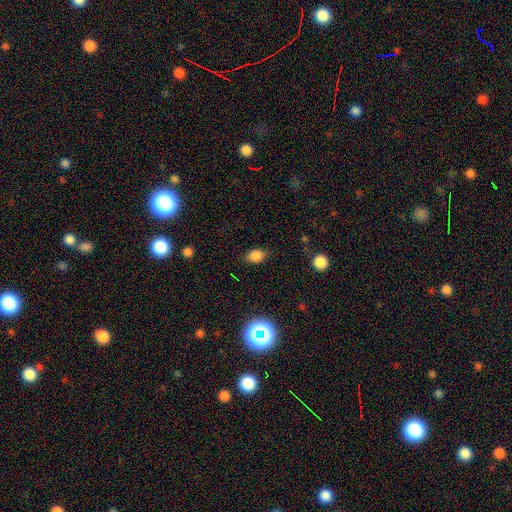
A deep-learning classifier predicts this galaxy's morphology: Q: Smooth or featured?
A: smooth (82%); runner-up: star or artifact (13%)
Q: How rounded?
A: in between (74%); runner-up: round (25%)
Q: Merging?
A: none (81%); runner-up: minor disturbance (14%)